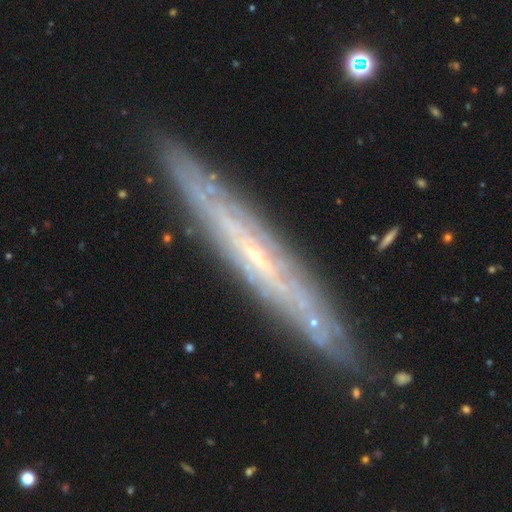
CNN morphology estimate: smooth_or_featured: featured or disk (p=0.75) [alt: smooth p=0.17]
disk_edge_on: yes (p=0.80) [alt: no p=0.20]
edge_on_bulge: none (p=0.65) [alt: rounded p=0.32]
merging: none (p=0.87) [alt: minor disturbance p=0.10]